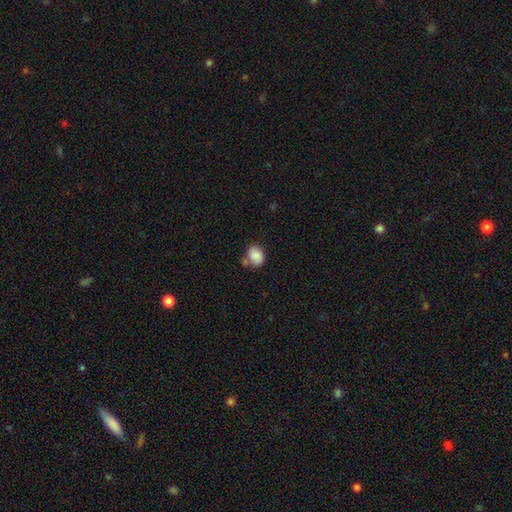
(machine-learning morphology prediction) Smooth or featured? Predicted: smooth (p=0.83). How rounded? Predicted: in between (p=0.60). Merging? Predicted: none (p=0.52).